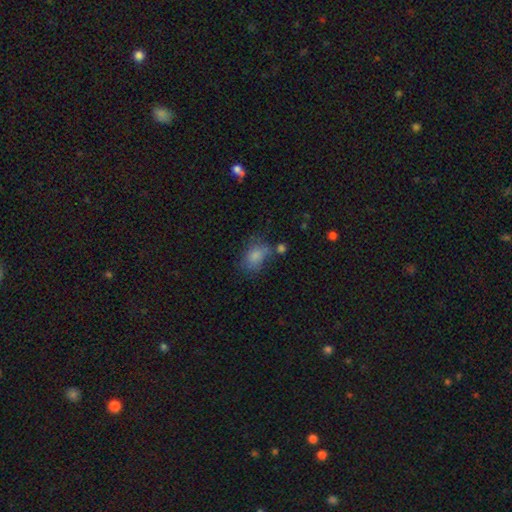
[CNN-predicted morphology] Smooth or featured? Predicted: smooth (p=0.80). How rounded? Predicted: in between (p=0.80). Merging? Predicted: none (p=0.48).